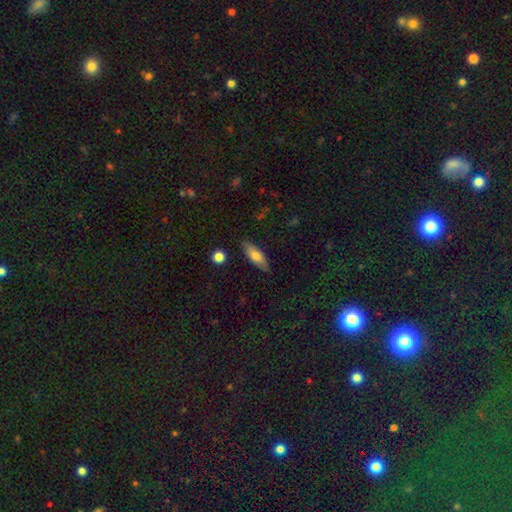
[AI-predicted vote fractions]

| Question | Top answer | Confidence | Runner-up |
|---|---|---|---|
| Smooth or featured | smooth | 69% | featured or disk (25%) |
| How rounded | in between | 59% | cigar-shaped (38%) |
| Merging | none | 84% | minor disturbance (12%) |